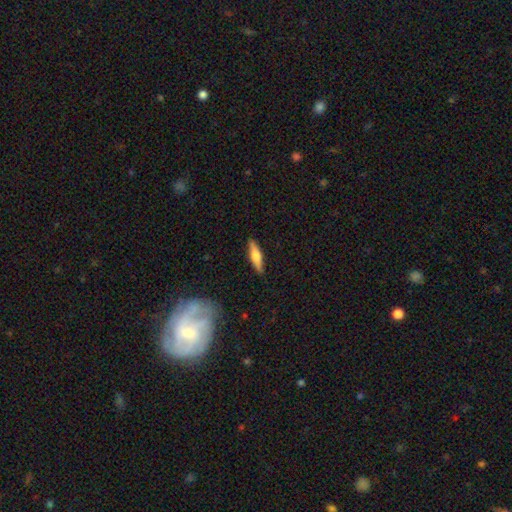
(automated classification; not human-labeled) The model was most divided on "smooth or featured": smooth: 56%, featured or disk: 38%, star or artifact: 6%. More confident: merging — none (89%); how rounded — cigar-shaped (75%).